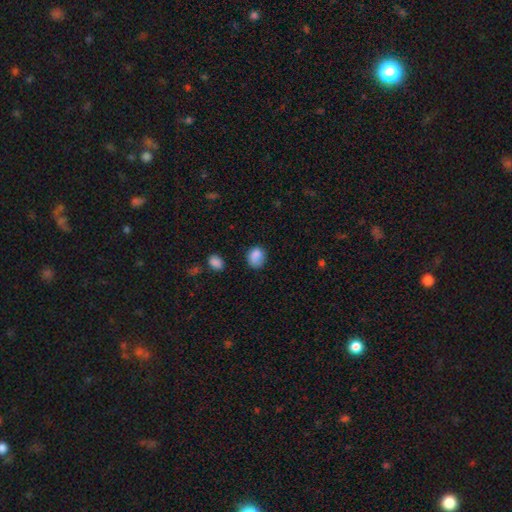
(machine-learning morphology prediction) smooth 86%, star or artifact 9%, featured or disk 5%. Down the decision tree: how rounded — round (58%); merging — none (65%).